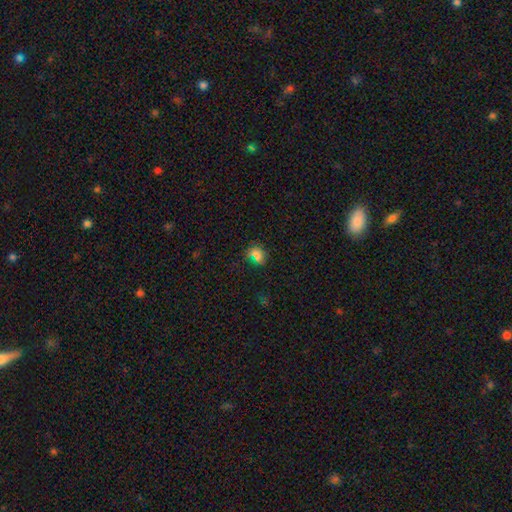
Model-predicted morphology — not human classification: This is likely a smooth galaxy (67%). How rounded: possibly round (53%). Merging: likely none (71%).